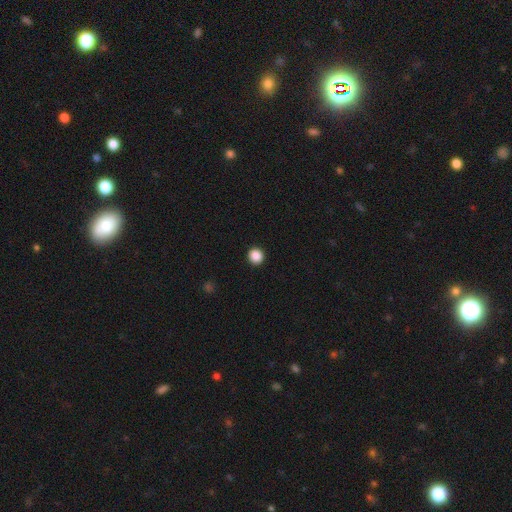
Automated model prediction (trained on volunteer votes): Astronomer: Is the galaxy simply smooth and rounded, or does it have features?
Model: smooth — 88%.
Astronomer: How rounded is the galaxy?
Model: round — 94%.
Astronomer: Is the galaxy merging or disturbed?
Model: none — 93%.